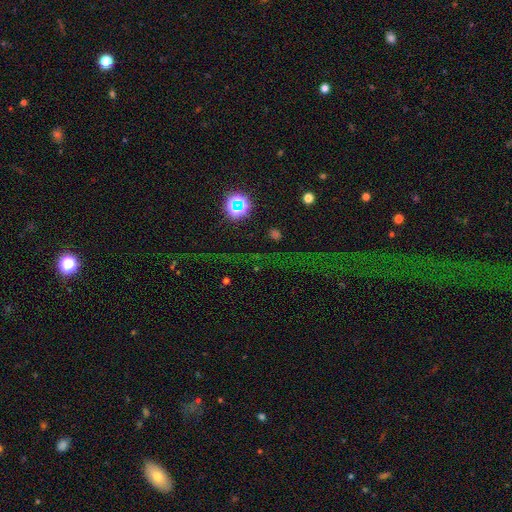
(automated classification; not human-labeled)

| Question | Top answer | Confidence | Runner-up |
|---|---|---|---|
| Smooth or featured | star or artifact | 77% | smooth (14%) |